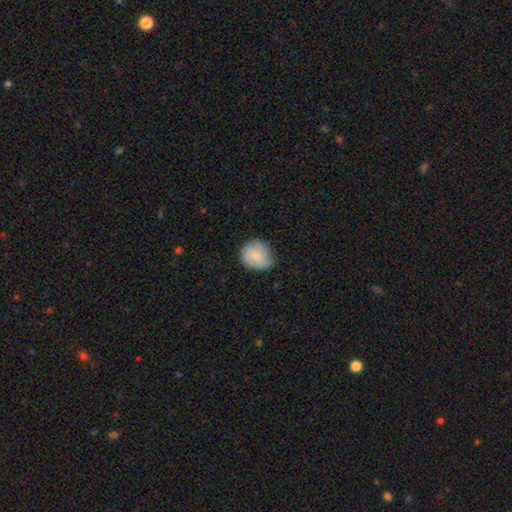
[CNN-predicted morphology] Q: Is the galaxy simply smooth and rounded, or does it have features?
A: smooth — 75%.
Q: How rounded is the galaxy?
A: round — 84%.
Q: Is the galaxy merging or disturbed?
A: none — 57%.